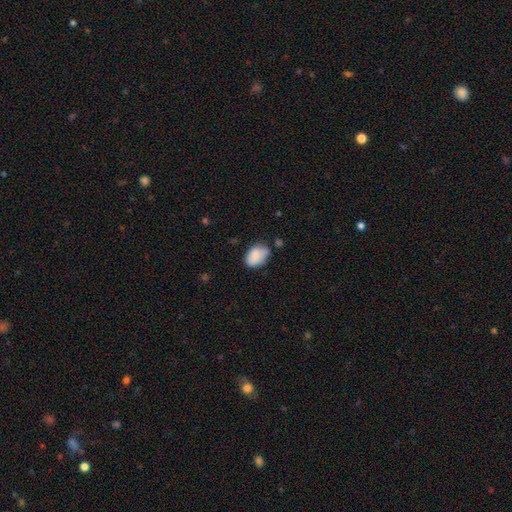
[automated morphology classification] Smooth or featured? smooth (80%)
How rounded? in between (84%)
Merging? none (51%)